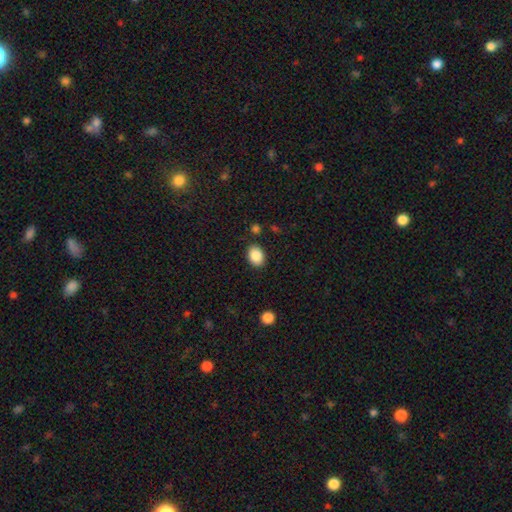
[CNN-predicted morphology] smooth_or_featured: smooth (p=0.87) [alt: star or artifact p=0.08]
how_rounded: in between (p=0.73) [alt: round p=0.26]
merging: none (p=0.85) [alt: minor disturbance p=0.10]